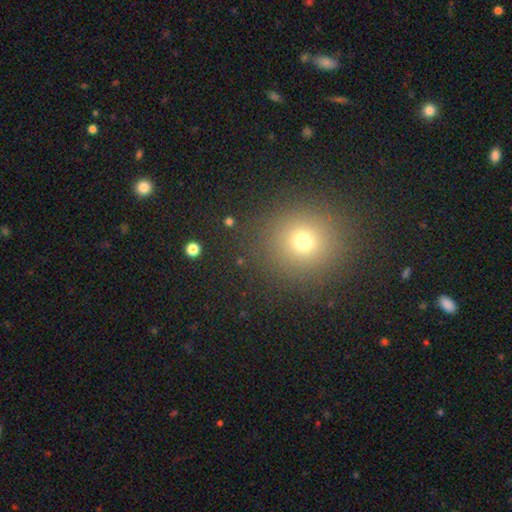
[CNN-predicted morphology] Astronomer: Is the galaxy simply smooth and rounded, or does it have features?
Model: smooth — 64%.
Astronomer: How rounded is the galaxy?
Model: round — 91%.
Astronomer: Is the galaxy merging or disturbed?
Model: none — 91%.